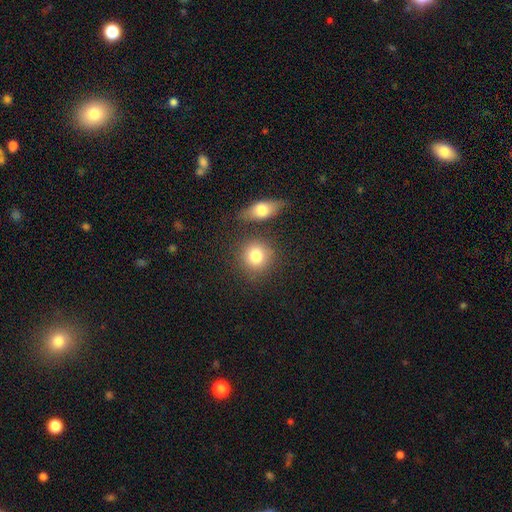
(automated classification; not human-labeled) smooth-or-featured: smooth: 80% | featured or disk: 11% | star or artifact: 9%
  how-rounded: round: 85% | in between: 14% | cigar-shaped: 1%
  merging: none: 75% | merger: 12% | minor disturbance: 10% | major disturbance: 3%